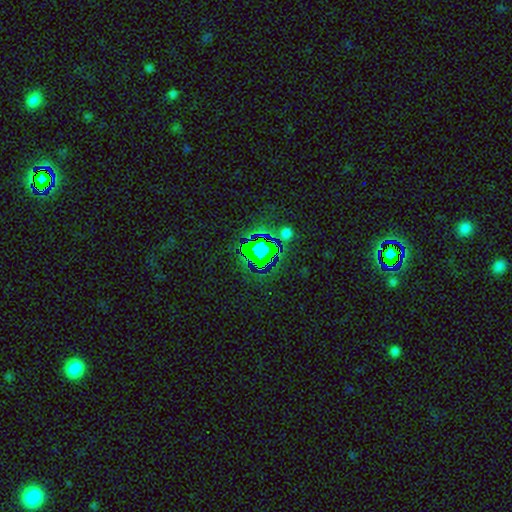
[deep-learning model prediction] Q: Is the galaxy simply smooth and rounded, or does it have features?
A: star or artifact — 77%.